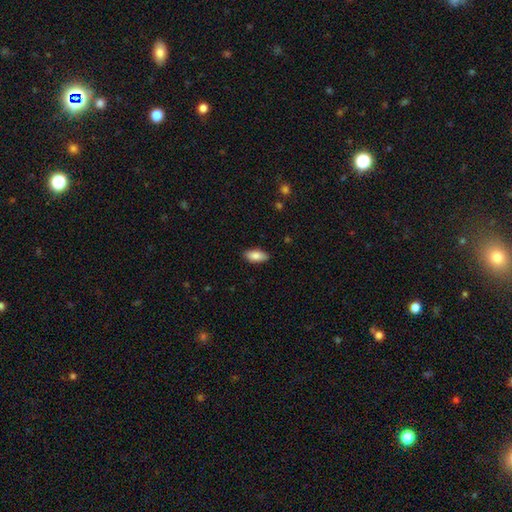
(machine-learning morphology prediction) type=smooth (84%); roundness=in between (87%); merging=none (87%).